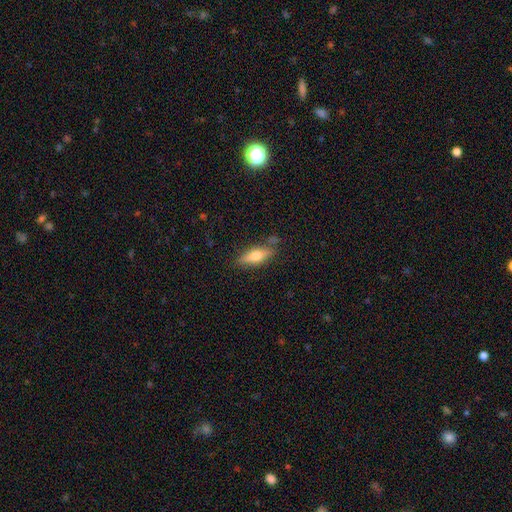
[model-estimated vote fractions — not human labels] Morphology: type=smooth (64%); roundness=in between (60%); merging=none (75%).